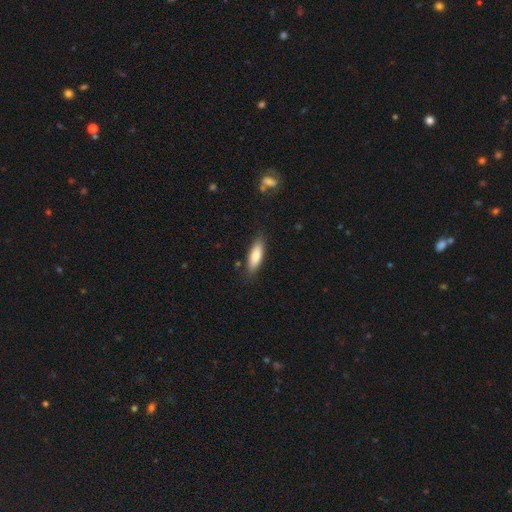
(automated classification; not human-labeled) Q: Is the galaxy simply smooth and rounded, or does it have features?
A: smooth — 78%.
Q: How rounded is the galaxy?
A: in between — 55%.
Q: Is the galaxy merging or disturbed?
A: none — 84%.